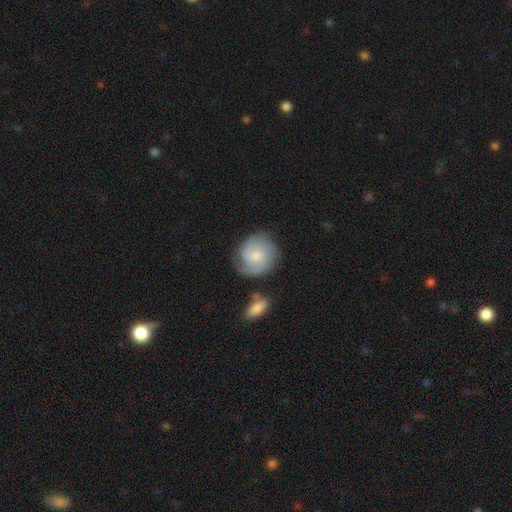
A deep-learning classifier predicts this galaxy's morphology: This is possibly a featured or disk galaxy (59%). It is clearly not viewed edge-on (98%). Bar: likely no (67%). Spiral arm pattern: clearly yes (91%). Spiral arm count: marginally 2 (45%). Spiral winding: possibly tight (47%). Central bulge: marginally moderate (44%). Merging: likely none (67%).